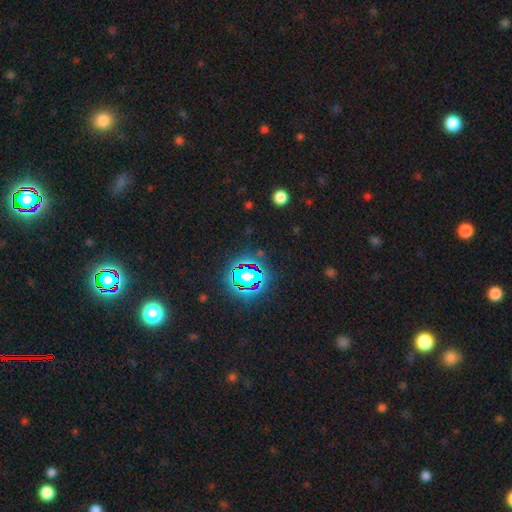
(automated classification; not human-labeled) Smooth or featured? star or artifact (80%)